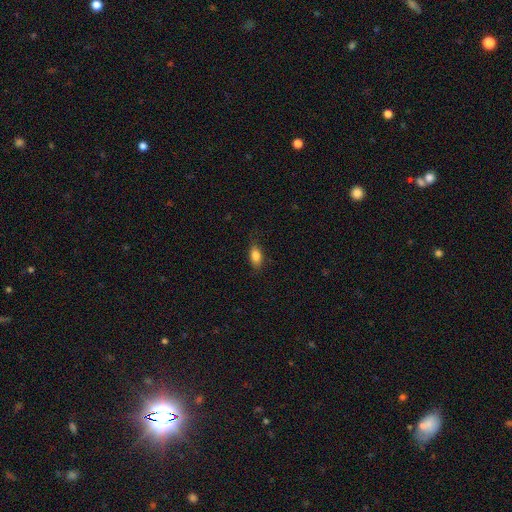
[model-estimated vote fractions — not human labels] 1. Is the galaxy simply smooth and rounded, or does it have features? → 84% smooth, 8% star or artifact, 8% featured or disk.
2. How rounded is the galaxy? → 87% in between, 8% cigar-shaped, 6% round.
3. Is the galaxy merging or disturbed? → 80% none, 15% minor disturbance, 4% major disturbance, 1% merger.